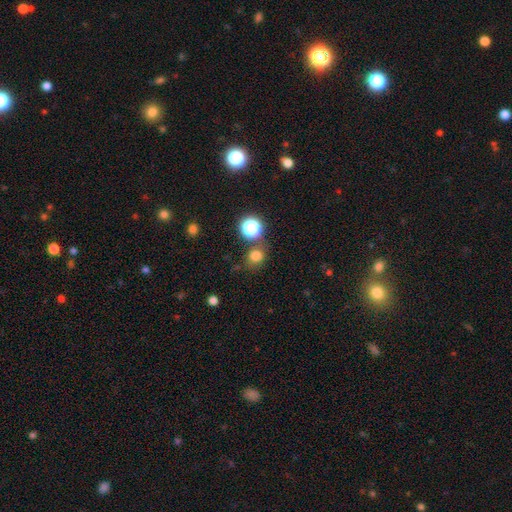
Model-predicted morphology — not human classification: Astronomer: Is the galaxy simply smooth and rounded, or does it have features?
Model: smooth — 75%.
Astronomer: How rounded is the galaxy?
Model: round — 78%.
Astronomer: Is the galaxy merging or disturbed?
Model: none — 73%.